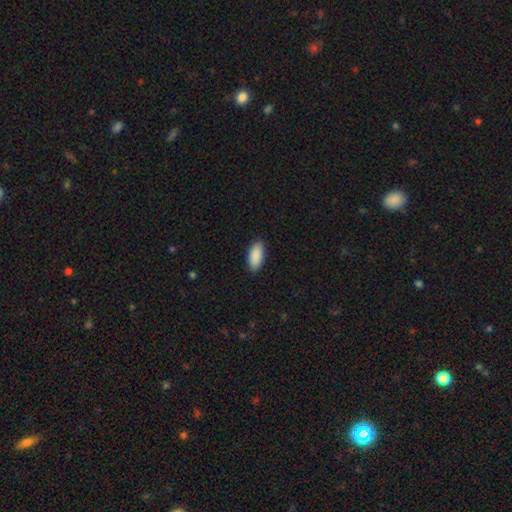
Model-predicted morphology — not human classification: type=smooth (91%); roundness=in between (90%); merging=none (89%).